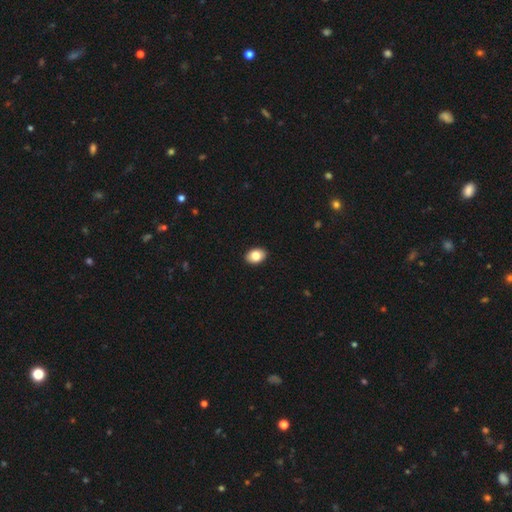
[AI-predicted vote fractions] Overall: smooth (84%). How rounded: in between (81%). Merging: none (91%).